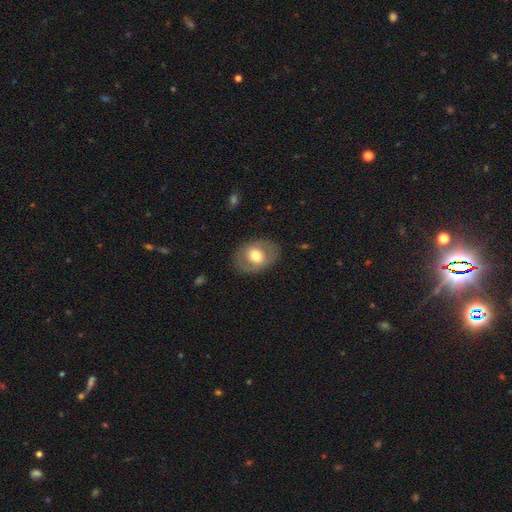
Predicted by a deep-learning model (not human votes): This appears to be a smooth galaxy with no disk features (55%) that is in between round and cigar-shaped (65%). Merging: none (81%).